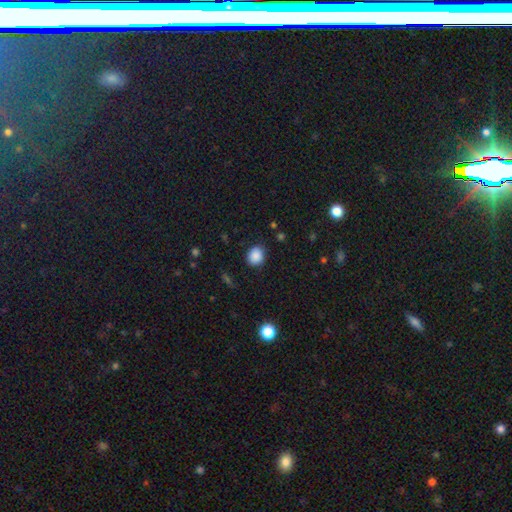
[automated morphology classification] A smooth galaxy with no disk features (87%) that is round (64%).

Vote fractions:
- Smooth or featured? smooth: 87% / star or artifact: 10% / featured or disk: 4%
- How rounded? round: 64% / in between: 35% / cigar-shaped: 1%
- Merging? none: 86% / minor disturbance: 10% / major disturbance: 3% / merger: 1%